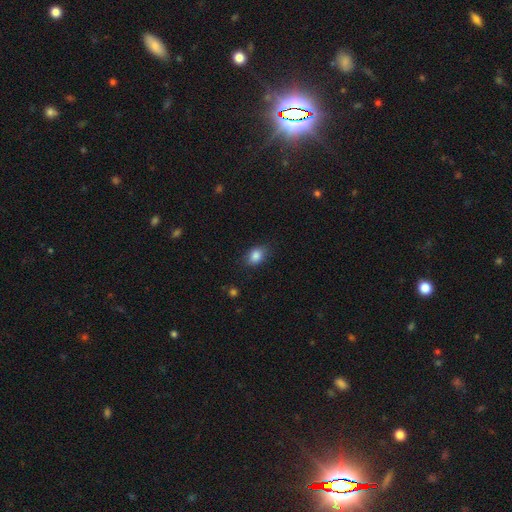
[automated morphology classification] smooth_or_featured: smooth (p=0.85) [alt: star or artifact p=0.09]
how_rounded: in between (p=0.69) [alt: round p=0.30]
merging: none (p=0.79) [alt: minor disturbance p=0.16]